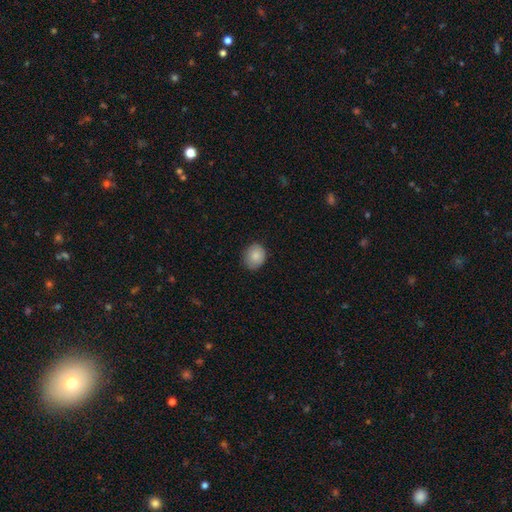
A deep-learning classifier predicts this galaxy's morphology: smooth_or_featured: smooth (p=0.86) [alt: star or artifact p=0.08]
how_rounded: round (p=0.61) [alt: in between p=0.38]
merging: none (p=0.84) [alt: minor disturbance p=0.13]